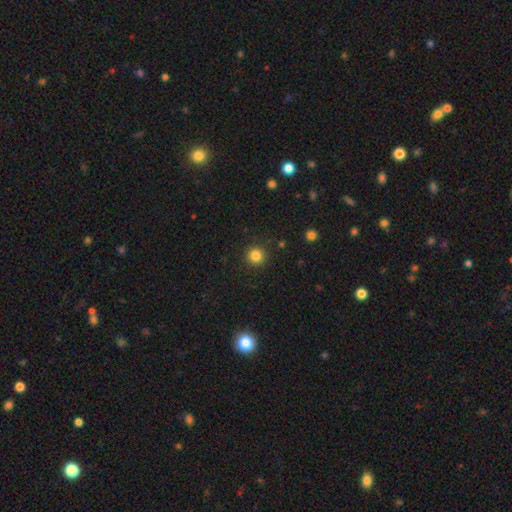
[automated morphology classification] Smooth or featured: smooth — 84% (star or artifact — 12%)
How rounded: round — 95% (in between — 4%)
Merging: none — 91% (minor disturbance — 6%)